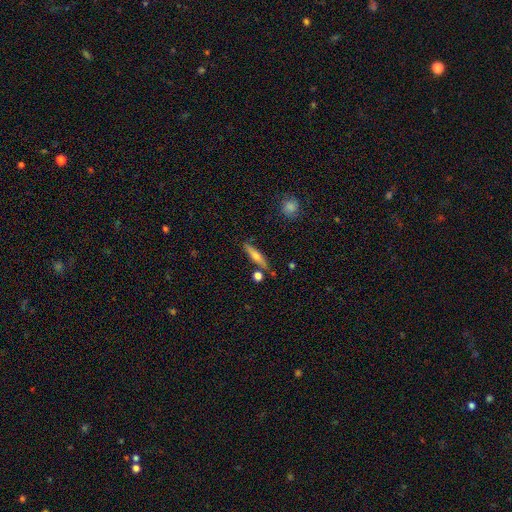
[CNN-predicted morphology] Smooth or featured? Predicted: smooth (p=0.51). How rounded? Predicted: cigar-shaped (p=0.81). Merging? Predicted: none (p=0.80).